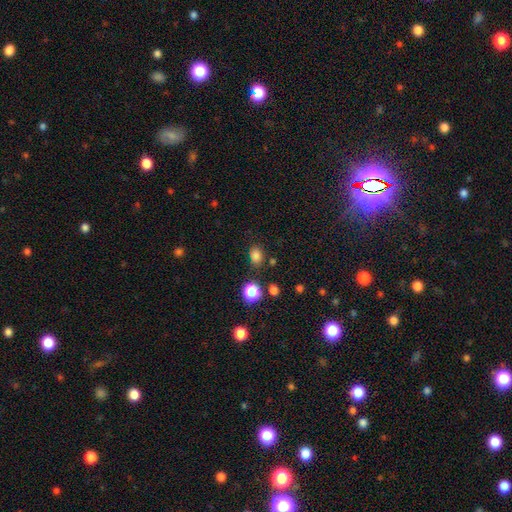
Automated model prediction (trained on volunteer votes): A smooth galaxy with no disk features (79%) that is in between round and cigar-shaped (55%).

Vote fractions:
- Smooth or featured? smooth: 79% / star or artifact: 17% / featured or disk: 5%
- How rounded? in between: 55% / round: 44% / cigar-shaped: 1%
- Merging? none: 78% / minor disturbance: 13% / merger: 5% / major disturbance: 4%